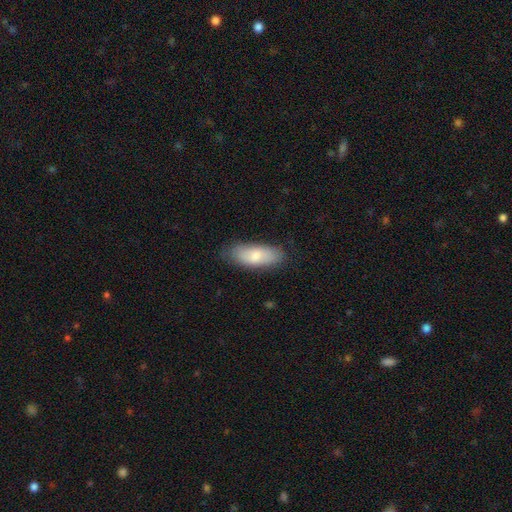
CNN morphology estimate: type=smooth (77%); roundness=in between (76%); merging=none (79%).